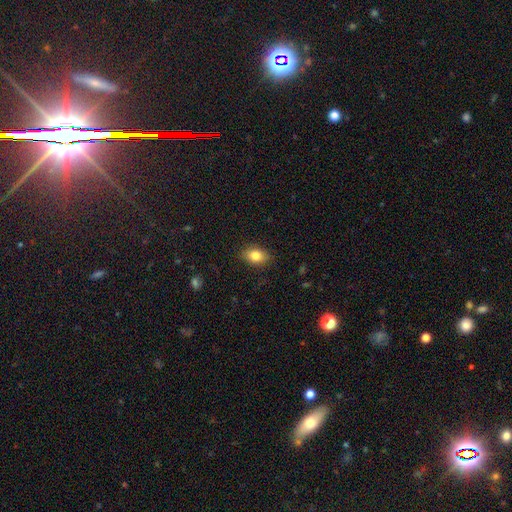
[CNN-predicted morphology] A smooth galaxy with no disk features (82%) that is in between round and cigar-shaped (82%). Merging: none (87%).